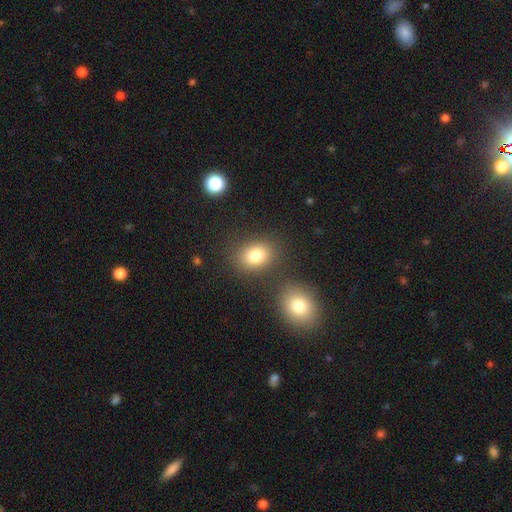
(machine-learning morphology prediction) smooth-or-featured: smooth: 80% | star or artifact: 11% | featured or disk: 8%
  how-rounded: in between: 58% | round: 41% | cigar-shaped: 1%
  merging: none: 77% | minor disturbance: 10% | merger: 8% | major disturbance: 4%